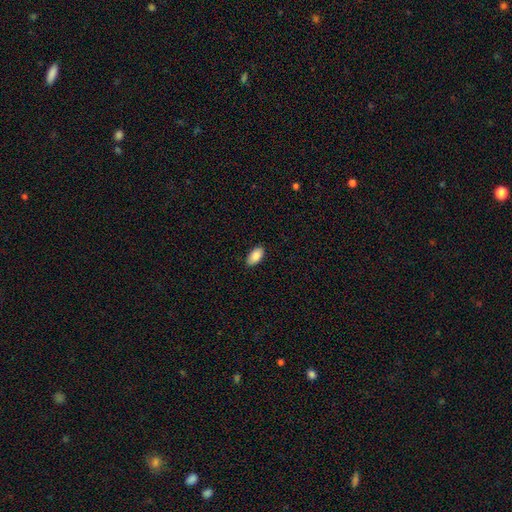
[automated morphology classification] A smooth galaxy with no disk features (87%) that is in between round and cigar-shaped (95%).

Vote fractions:
- Smooth or featured? smooth: 87% / star or artifact: 7% / featured or disk: 6%
- How rounded? in between: 95% / cigar-shaped: 3% / round: 3%
- Merging? none: 87% / minor disturbance: 10% / major disturbance: 2% / merger: 1%